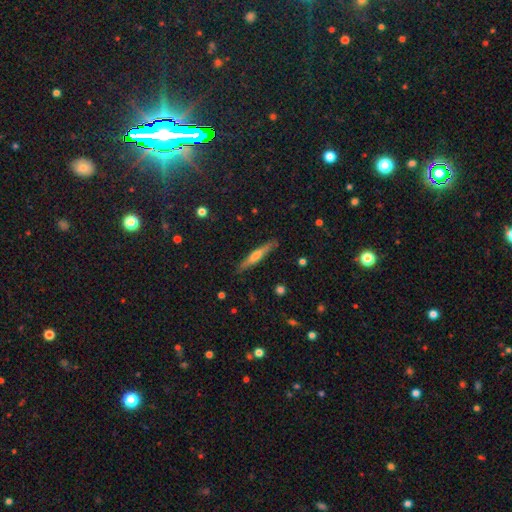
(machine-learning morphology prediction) featured or disk 48%, smooth 44%, star or artifact 8%. Down the decision tree: merging — none (88%).